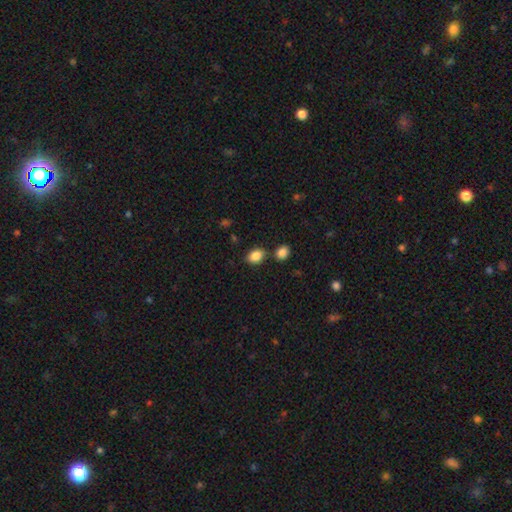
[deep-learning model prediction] Morphology: type=smooth (86%); roundness=in between (70%); merging=none (69%).